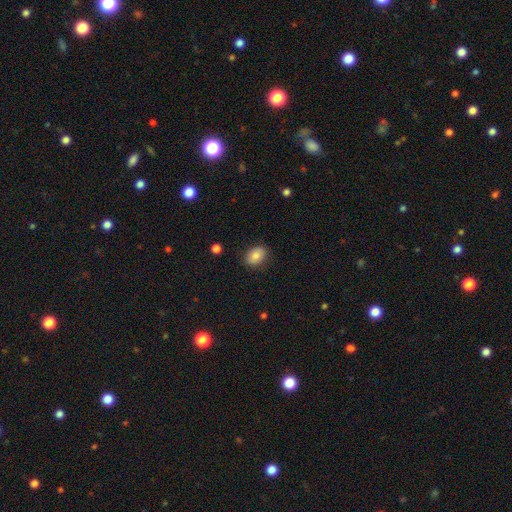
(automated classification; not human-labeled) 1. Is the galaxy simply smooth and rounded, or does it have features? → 82% smooth, 9% featured or disk, 9% star or artifact.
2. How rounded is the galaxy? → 74% in between, 25% round, 1% cigar-shaped.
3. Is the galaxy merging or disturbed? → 85% none, 11% minor disturbance, 3% major disturbance, 1% merger.